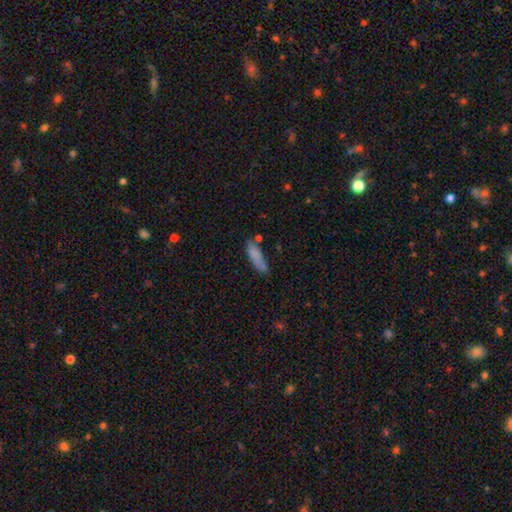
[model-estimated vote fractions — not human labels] Smooth or featured? Predicted: smooth (p=0.82). How rounded? Predicted: cigar-shaped (p=0.54). Merging? Predicted: none (p=0.64).